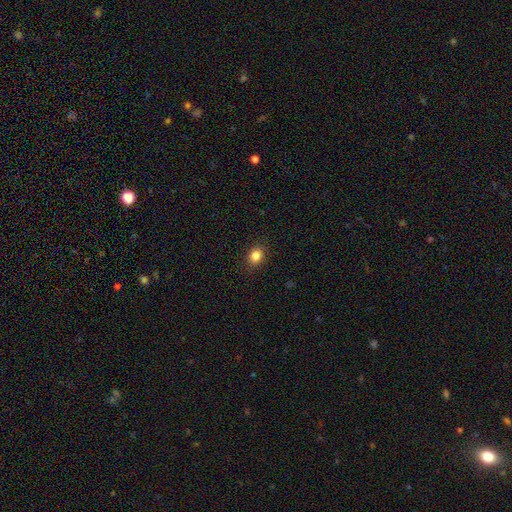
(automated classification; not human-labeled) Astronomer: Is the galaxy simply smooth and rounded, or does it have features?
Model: smooth — 85%.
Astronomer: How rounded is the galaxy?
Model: round — 56% (runner-up: in between, 43%).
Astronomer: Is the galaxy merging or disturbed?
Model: none — 87%.